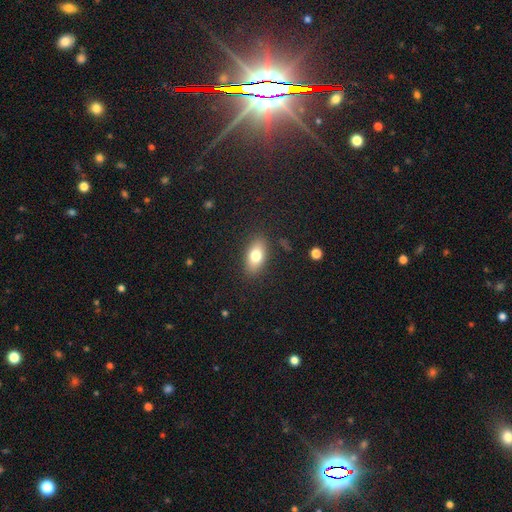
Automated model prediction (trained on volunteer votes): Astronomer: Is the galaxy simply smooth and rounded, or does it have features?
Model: smooth — 76%.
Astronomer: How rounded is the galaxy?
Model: in between — 87%.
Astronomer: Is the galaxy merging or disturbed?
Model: none — 86%.